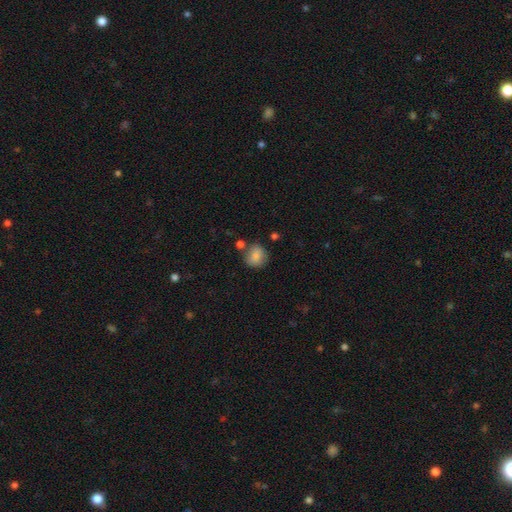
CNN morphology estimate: Smooth or featured?
  - smooth: 83% *
  - star or artifact: 9%
  - featured or disk: 9%
How rounded?
  - round: 81% *
  - in between: 18%
  - cigar-shaped: 1%
Merging?
  - none: 68% *
  - minor disturbance: 17%
  - merger: 11%
  - major disturbance: 5%